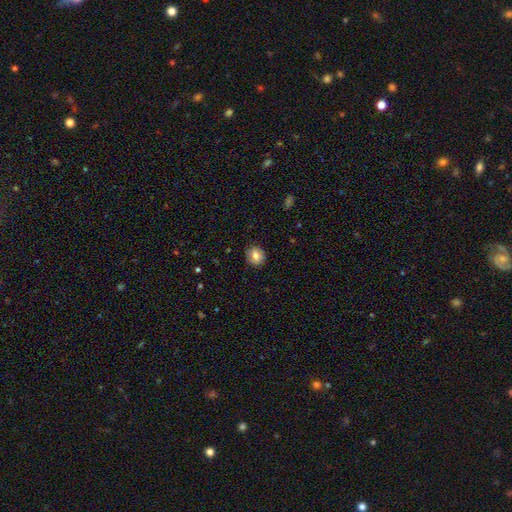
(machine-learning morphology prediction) smooth-or-featured: smooth: 70% | featured or disk: 20% | star or artifact: 10%
  how-rounded: round: 83% | in between: 16% | cigar-shaped: 1%
  merging: none: 85% | minor disturbance: 11% | major disturbance: 3% | merger: 1%